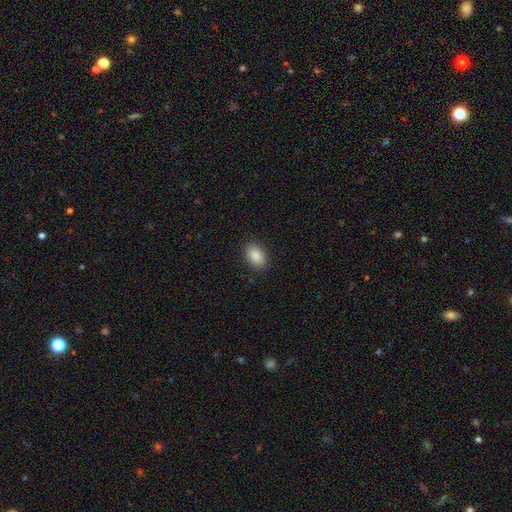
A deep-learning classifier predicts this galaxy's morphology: Overall: smooth (88%). How rounded: in between (86%). Merging: none (89%).